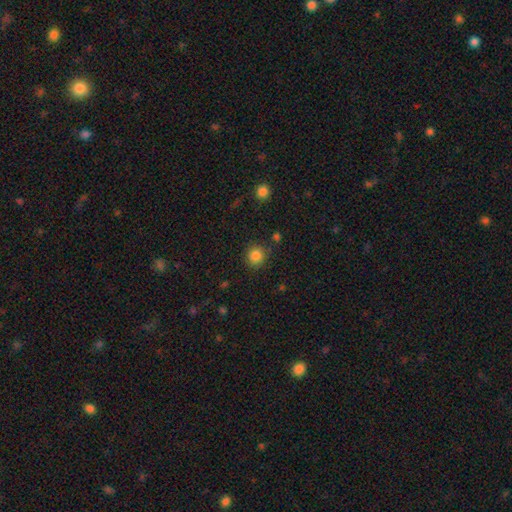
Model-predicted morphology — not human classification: Smooth or featured: smooth — 85% (star or artifact — 11%)
How rounded: round — 90% (in between — 9%)
Merging: none — 85% (minor disturbance — 9%)